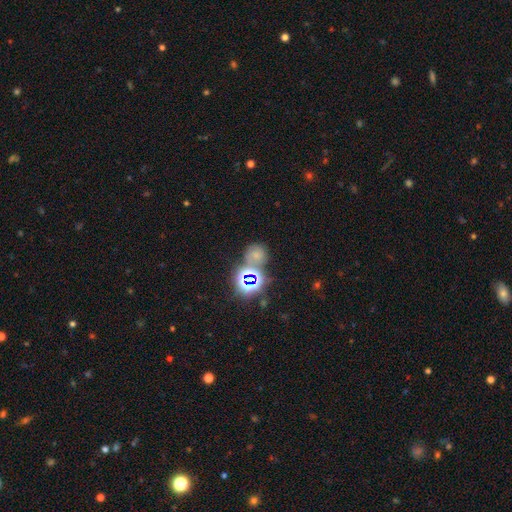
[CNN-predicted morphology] A smooth galaxy with no disk features (47%). Merging: none (58%).